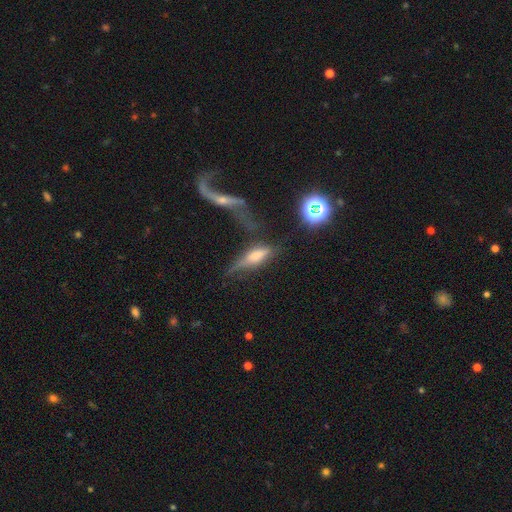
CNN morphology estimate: Smooth or featured: featured or disk — 47% (smooth — 38%)
Merging: none — 28% (merger — 27%)